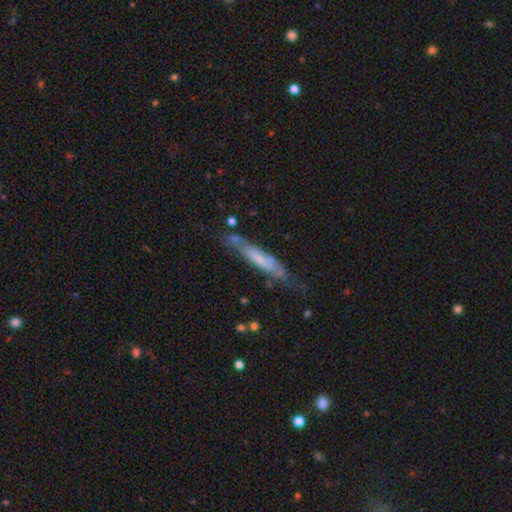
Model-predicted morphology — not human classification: Overall: featured or disk (56%; smooth 35%). Edge-on disk: yes (73%). Merging: none (62%; minor disturbance 24%).